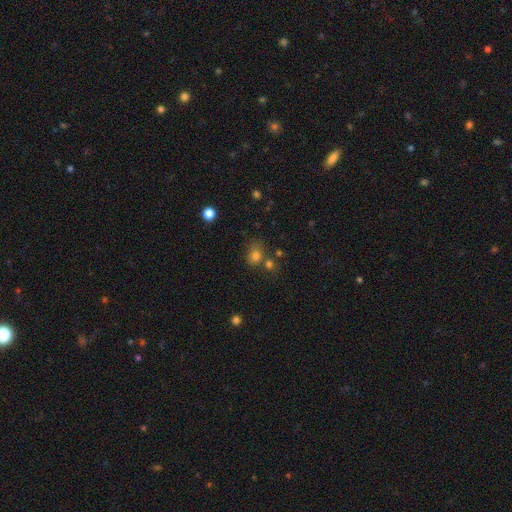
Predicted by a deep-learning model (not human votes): Morphology: type=smooth (75%); roundness=round (52%); merging=none (53%).